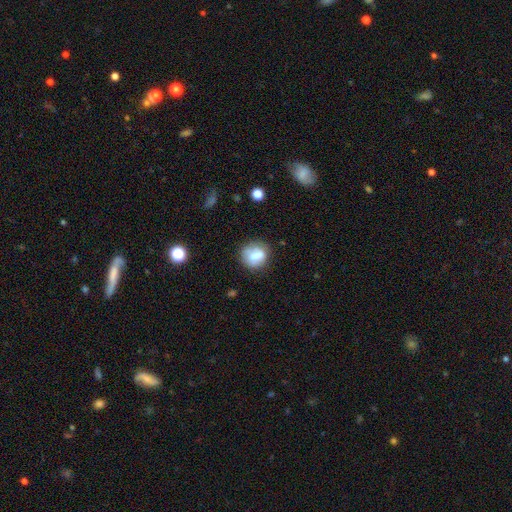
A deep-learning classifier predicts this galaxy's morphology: type=smooth (70%); roundness=round (71%); merging=none (63%).